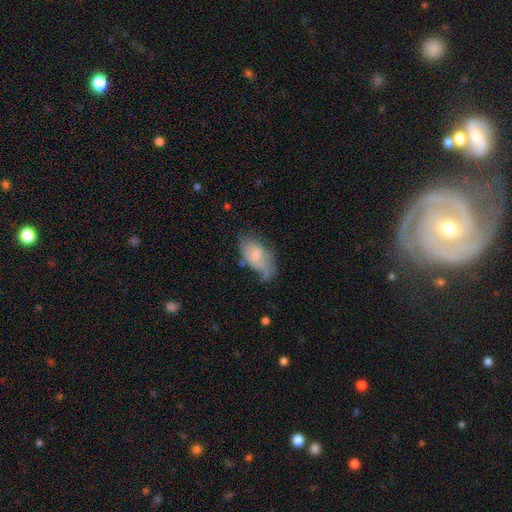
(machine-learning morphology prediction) smooth-or-featured: smooth: 54% | featured or disk: 38% | star or artifact: 7%
  how-rounded: in between: 93% | round: 4% | cigar-shaped: 3%
  merging: none: 38% | minor disturbance: 37% | major disturbance: 21% | merger: 5%